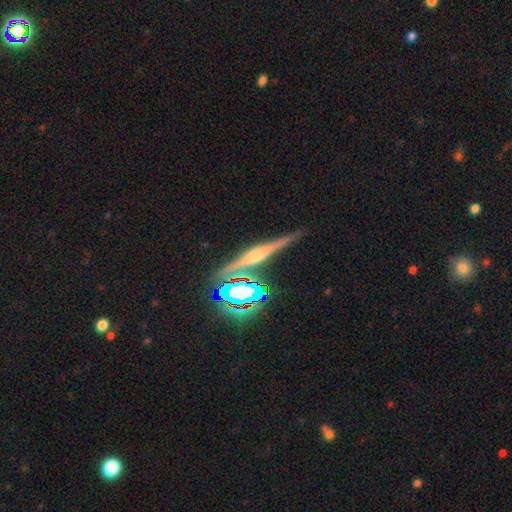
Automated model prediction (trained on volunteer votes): Smooth or featured? Predicted: featured or disk (p=0.68). Edge-on disk? Predicted: yes (p=0.96). Edge-on bulge? Predicted: rounded (p=0.81). Merging? Predicted: none (p=0.83).